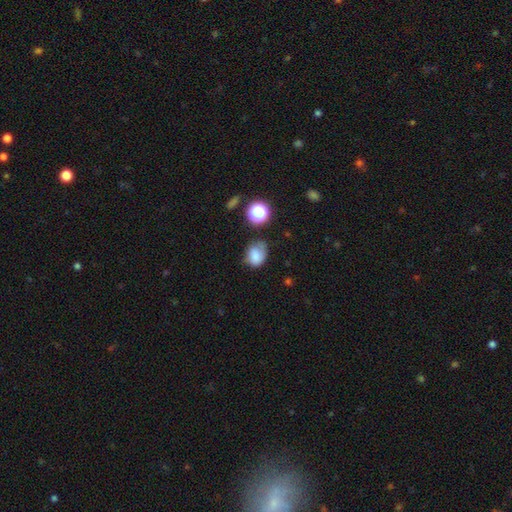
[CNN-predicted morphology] A smooth galaxy with no disk features (74%) that is in between round and cigar-shaped (54%).

Vote fractions:
- Smooth or featured? smooth: 74% / featured or disk: 13% / star or artifact: 13%
- How rounded? in between: 54% / round: 45% / cigar-shaped: 1%
- Merging? none: 44% / minor disturbance: 35% / major disturbance: 16% / merger: 5%